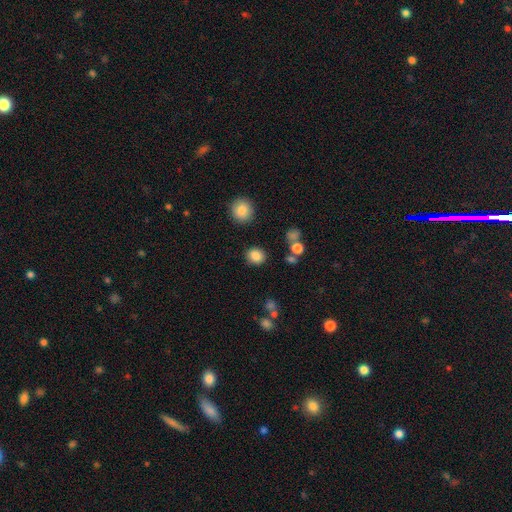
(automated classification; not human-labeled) This appears to be a smooth galaxy with no disk features (84%) that is round (78%). Merging: none (87%).